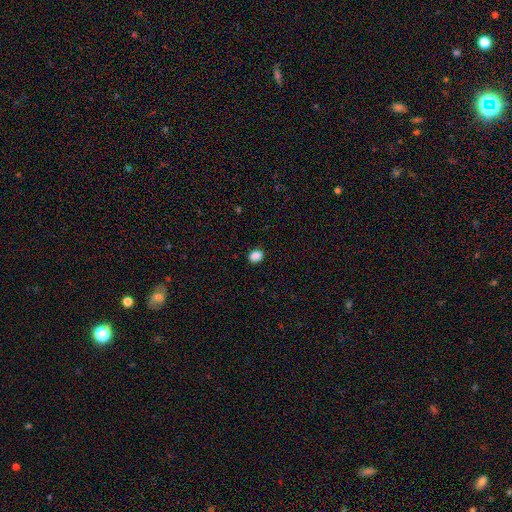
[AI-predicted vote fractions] smooth 87%, star or artifact 10%, featured or disk 3%. Down the decision tree: how rounded — round (53%); merging — none (87%).